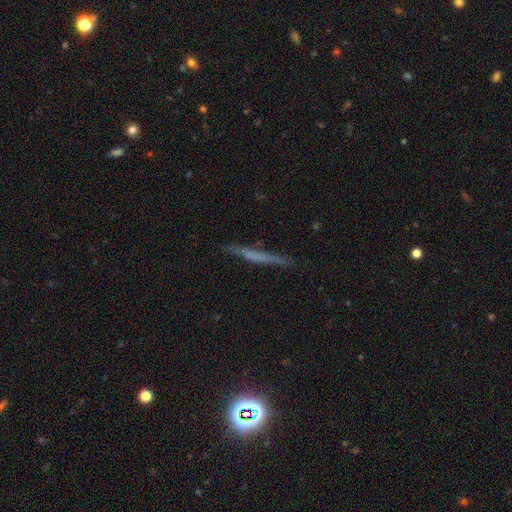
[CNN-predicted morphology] Smooth or featured: featured or disk — 50% (smooth — 42%)
Edge-on disk: yes — 95% (no — 5%)
Merging: none — 85% (minor disturbance — 11%)